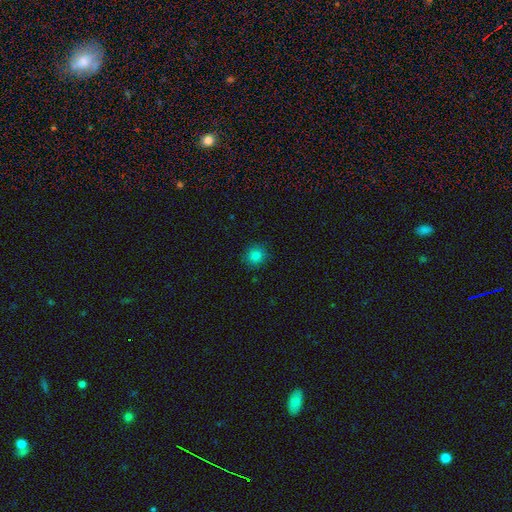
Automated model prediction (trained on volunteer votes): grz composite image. It shows a smooth galaxy with no disk features (82%) that is round (90%). Merging: none (90%).